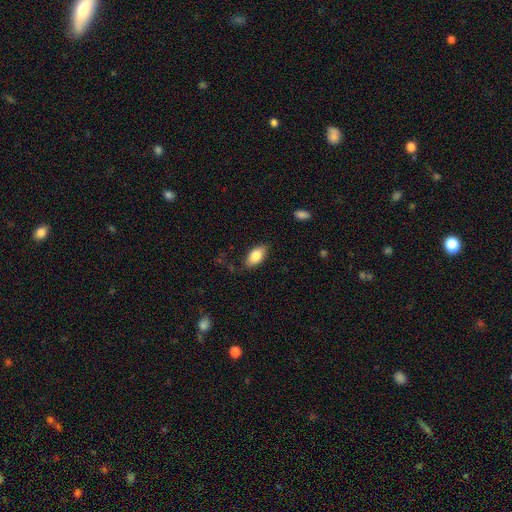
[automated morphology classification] Overall: smooth (84%). How rounded: in between (91%). Merging: none (80%).